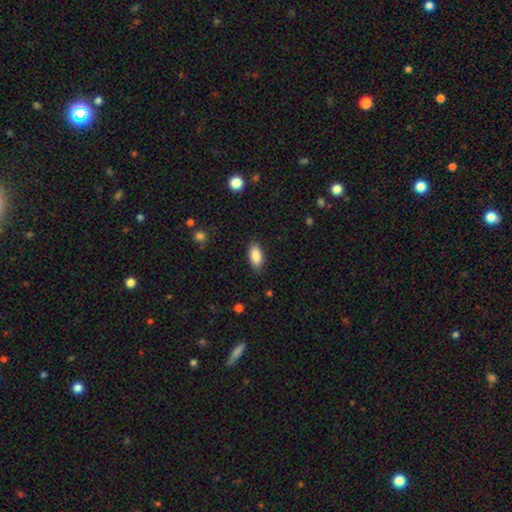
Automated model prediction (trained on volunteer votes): The model was most divided on "how rounded": in between: 87%, cigar-shaped: 11%, round: 2%. More confident: smooth or featured — smooth (88%); merging — none (87%).